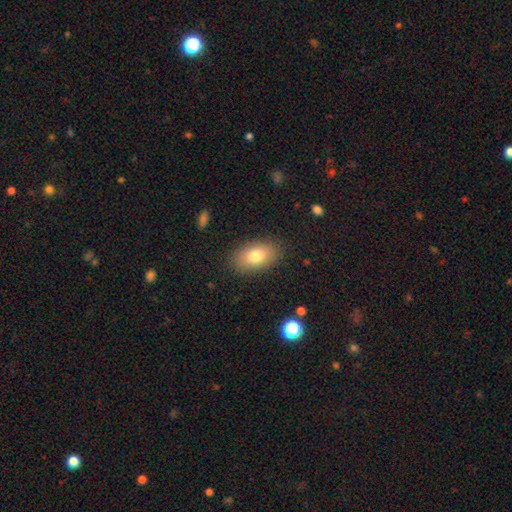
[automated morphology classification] This is likely a smooth galaxy (79%). How rounded: clearly in between (90%). Merging: clearly none (87%).